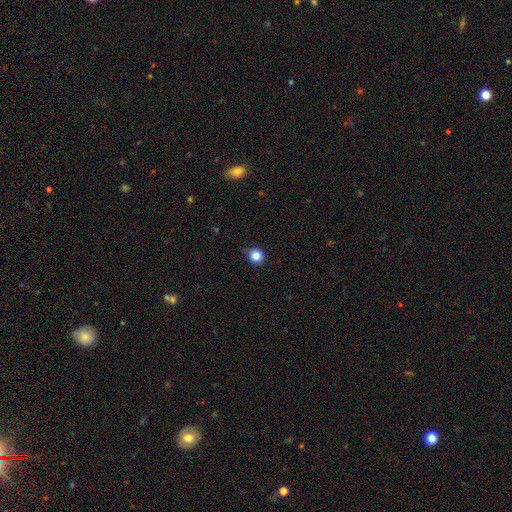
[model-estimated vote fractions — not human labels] Smooth or featured: smooth — 85% (star or artifact — 11%)
How rounded: round — 90% (in between — 9%)
Merging: none — 86% (minor disturbance — 11%)